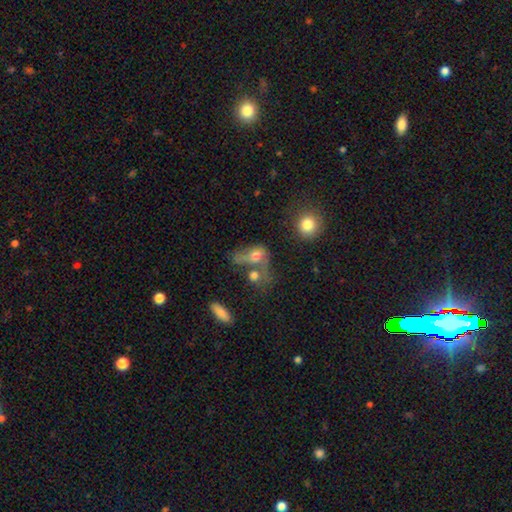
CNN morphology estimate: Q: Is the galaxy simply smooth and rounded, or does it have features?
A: smooth — 54%.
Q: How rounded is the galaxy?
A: in between — 64%.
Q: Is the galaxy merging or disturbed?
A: merger — 42%.